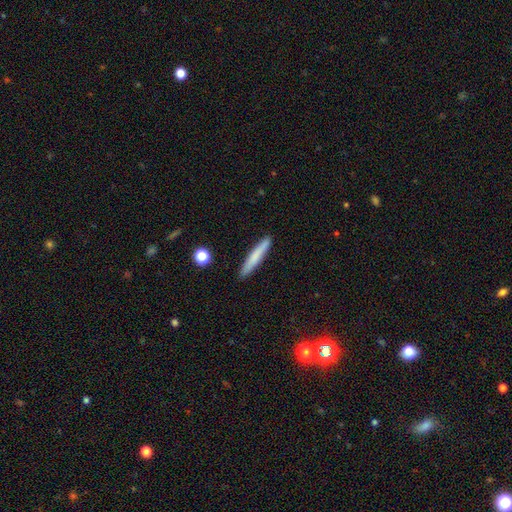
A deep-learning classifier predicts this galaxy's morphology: smooth-or-featured: smooth: 72% | featured or disk: 21% | star or artifact: 7%
  how-rounded: cigar-shaped: 94% | in between: 4% | round: 1%
  merging: none: 90% | minor disturbance: 7% | major disturbance: 2% | merger: 1%